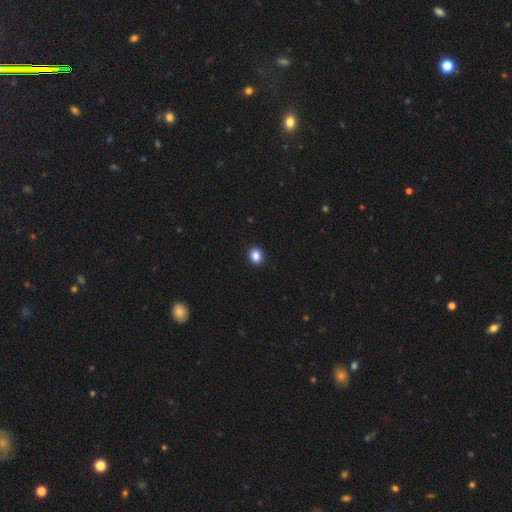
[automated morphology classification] smooth-or-featured: smooth: 87% | star or artifact: 10% | featured or disk: 3%
  how-rounded: round: 71% | in between: 28% | cigar-shaped: 1%
  merging: none: 93% | minor disturbance: 5% | major disturbance: 1% | merger: 1%